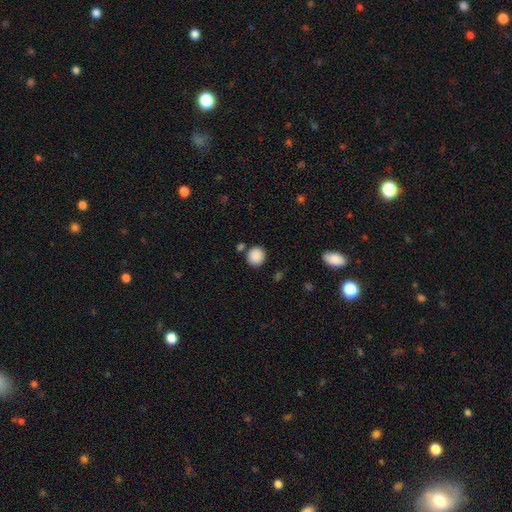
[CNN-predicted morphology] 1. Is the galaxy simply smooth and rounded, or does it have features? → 89% smooth, 8% star or artifact, 3% featured or disk.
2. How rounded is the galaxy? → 89% round, 10% in between, 1% cigar-shaped.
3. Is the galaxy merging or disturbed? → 82% none, 8% minor disturbance, 6% merger, 3% major disturbance.